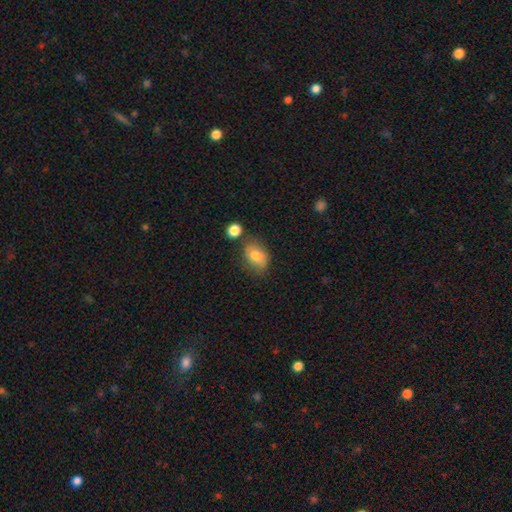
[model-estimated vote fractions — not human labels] smooth_or_featured: smooth (p=0.77) [alt: featured or disk p=0.14]
how_rounded: in between (p=0.77) [alt: round p=0.22]
merging: none (p=0.67) [alt: minor disturbance p=0.20]